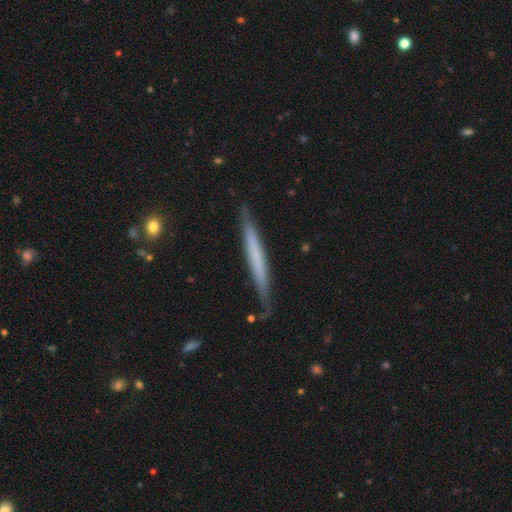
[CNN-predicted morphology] Smooth or featured: smooth — 50% (featured or disk — 44%)
How rounded: cigar-shaped — 97% (in between — 2%)
Merging: none — 83% (minor disturbance — 14%)